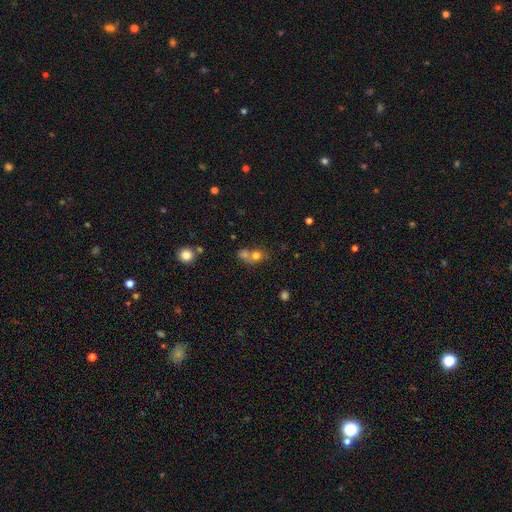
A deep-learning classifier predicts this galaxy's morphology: This is likely a smooth galaxy (69%). How rounded: likely round (72%). Merging: possibly merger (55%).